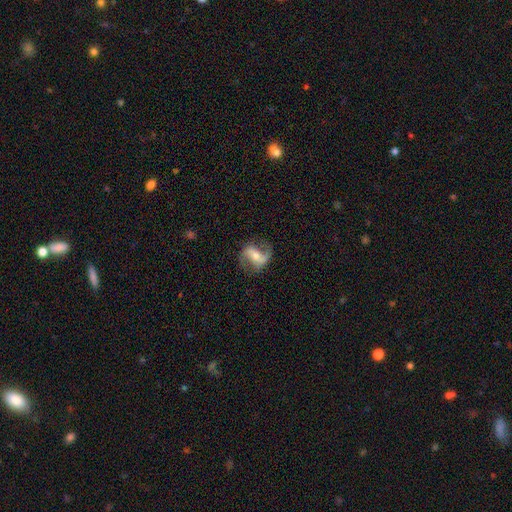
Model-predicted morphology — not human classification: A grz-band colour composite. It shows a featured or disk galaxy (77%) with a strong bar (46%), 2 (88%) loose (48%) spiral arms (90%) and a moderate central bulge (53%). Merging: none (74%).